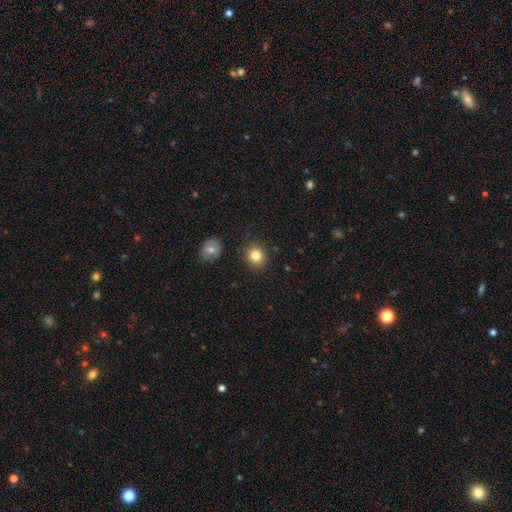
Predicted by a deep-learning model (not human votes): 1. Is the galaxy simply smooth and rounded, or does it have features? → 82% smooth, 11% star or artifact, 7% featured or disk.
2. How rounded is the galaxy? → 80% round, 20% in between, 1% cigar-shaped.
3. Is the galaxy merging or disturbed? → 87% none, 8% minor disturbance, 2% major disturbance, 2% merger.